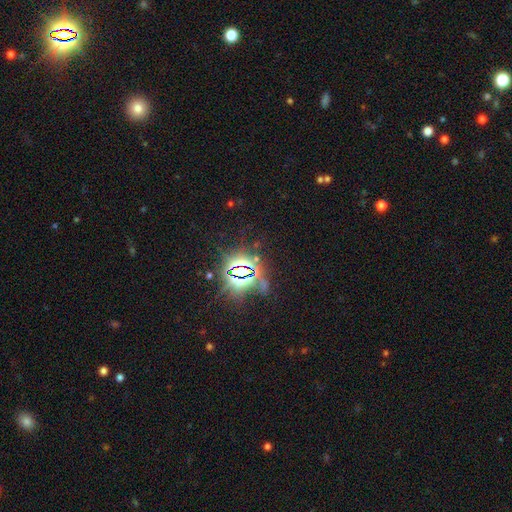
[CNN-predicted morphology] star or artifact 83%, smooth 9%, featured or disk 8%.